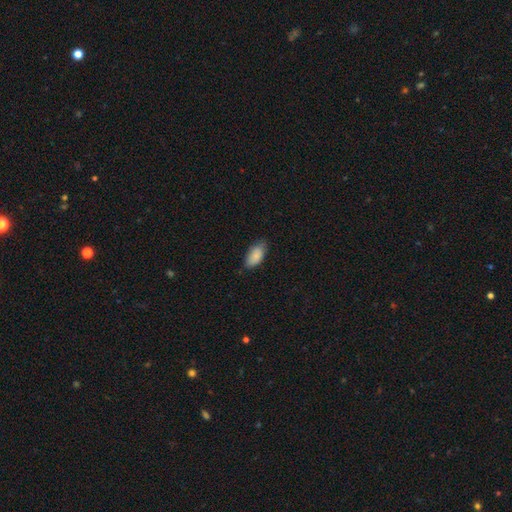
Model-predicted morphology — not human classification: Overall: smooth (86%). How rounded: in between (92%). Merging: none (72%).